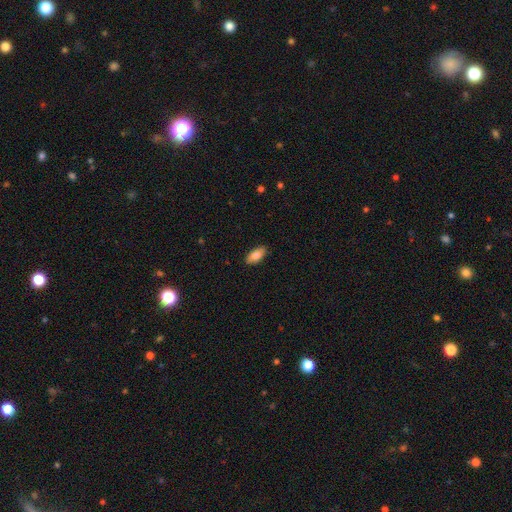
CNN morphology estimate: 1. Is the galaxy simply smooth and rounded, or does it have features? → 80% smooth, 13% featured or disk, 7% star or artifact.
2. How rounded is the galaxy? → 91% in between, 6% cigar-shaped, 3% round.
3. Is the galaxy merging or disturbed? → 88% none, 9% minor disturbance, 2% major disturbance, 1% merger.